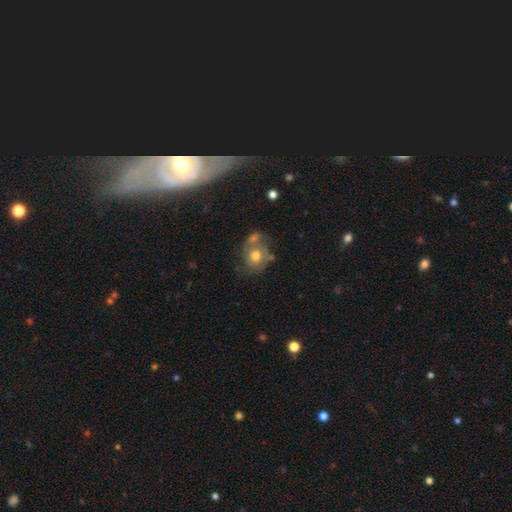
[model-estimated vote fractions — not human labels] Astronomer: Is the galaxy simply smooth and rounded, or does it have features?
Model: smooth — 49% (runner-up: featured or disk, 42%).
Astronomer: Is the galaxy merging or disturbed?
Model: none — 39% (runner-up: merger, 28%).